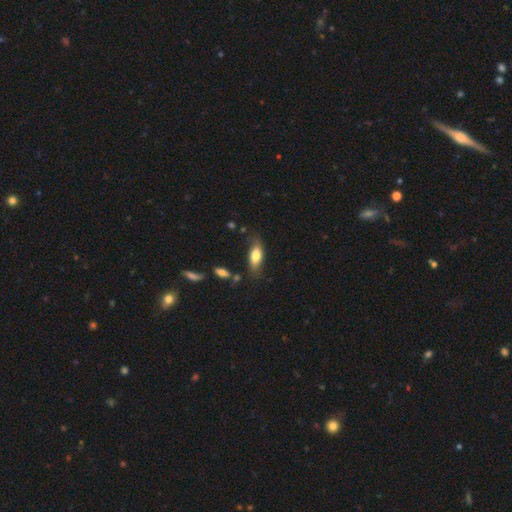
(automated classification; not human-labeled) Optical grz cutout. It shows a smooth galaxy with no disk features (71%) that is in between round and cigar-shaped (74%). Merging: none (70%).